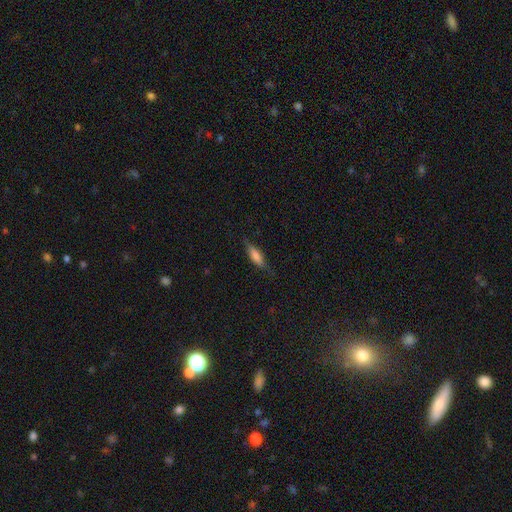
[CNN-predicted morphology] Smooth or featured? smooth (64%)
How rounded? cigar-shaped (59%)
Merging? none (77%)